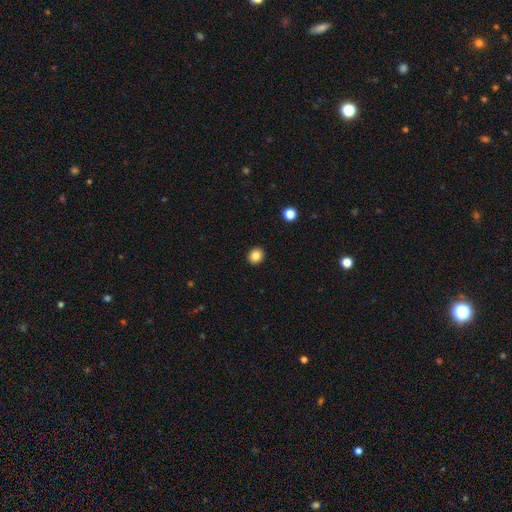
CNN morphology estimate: type=smooth (84%); roundness=round (83%); merging=none (93%).